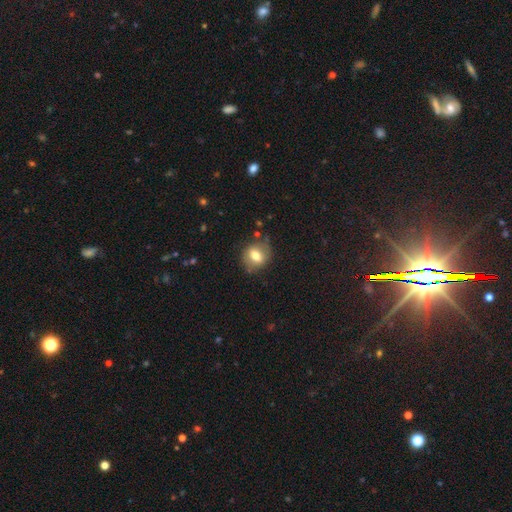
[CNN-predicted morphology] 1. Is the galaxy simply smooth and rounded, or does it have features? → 69% smooth, 23% featured or disk, 9% star or artifact.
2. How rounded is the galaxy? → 59% round, 40% in between, 1% cigar-shaped.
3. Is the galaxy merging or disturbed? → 74% none, 17% minor disturbance, 6% major disturbance, 3% merger.